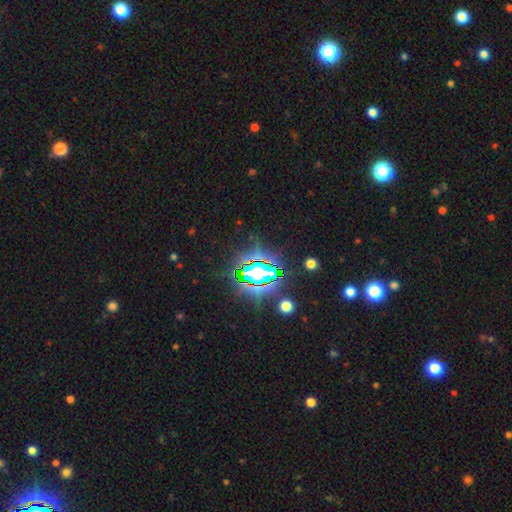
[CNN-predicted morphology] This is likely a star or artifact rather than a galaxy (75%).